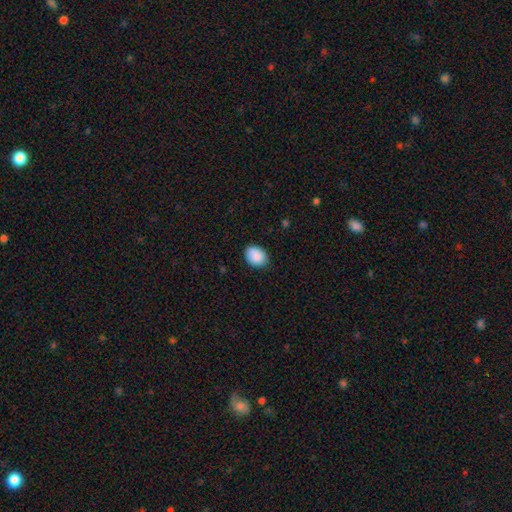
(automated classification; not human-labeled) smooth 89%, star or artifact 7%, featured or disk 4%. Down the decision tree: how rounded — in between (69%); merging — none (83%).